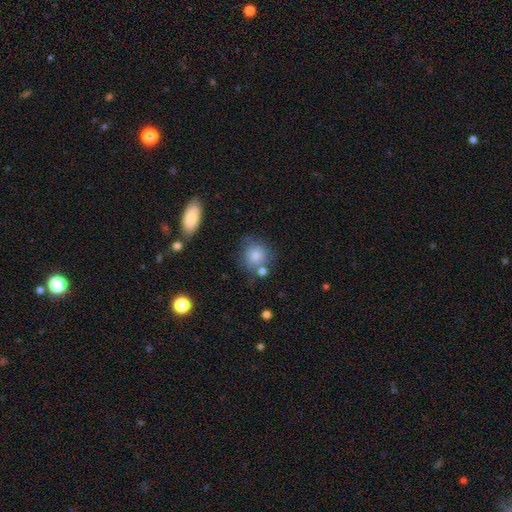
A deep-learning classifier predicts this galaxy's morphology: A smooth galaxy with no disk features (78%) that is round (85%).

Vote fractions:
- Smooth or featured? smooth: 78% / featured or disk: 13% / star or artifact: 9%
- How rounded? round: 85% / in between: 13% / cigar-shaped: 1%
- Merging? none: 61% / minor disturbance: 18% / merger: 14% / major disturbance: 7%